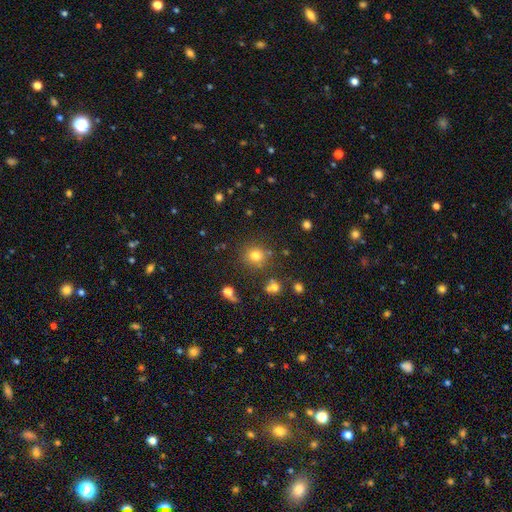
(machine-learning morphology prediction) A smooth galaxy with no disk features (76%) that is round (88%).

Vote fractions:
- Smooth or featured? smooth: 76% / star or artifact: 17% / featured or disk: 7%
- How rounded? round: 88% / in between: 11% / cigar-shaped: 1%
- Merging? none: 80% / minor disturbance: 10% / merger: 6% / major disturbance: 4%